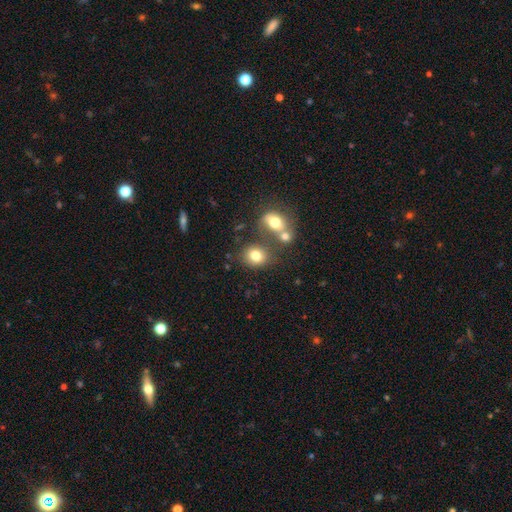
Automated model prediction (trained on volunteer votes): This is likely a smooth galaxy (78%). How rounded: likely round (61%). Merging: possibly none (60%).